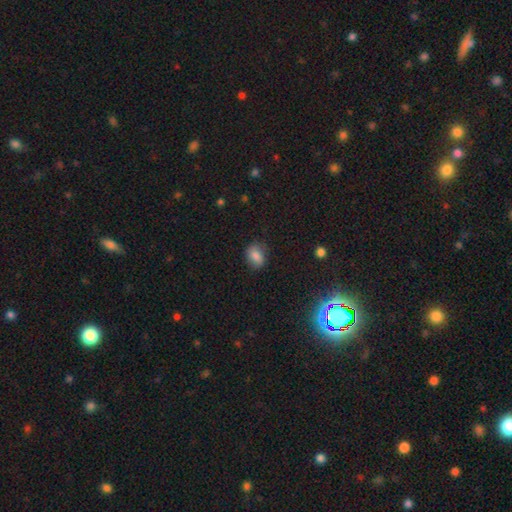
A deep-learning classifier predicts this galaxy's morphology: Smooth or featured? Predicted: smooth (p=0.79). How rounded? Predicted: in between (p=0.63). Merging? Predicted: none (p=0.75).